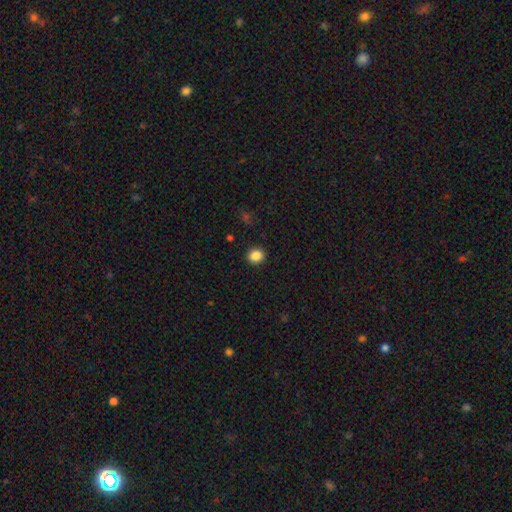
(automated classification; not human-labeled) Smooth or featured? Predicted: smooth (p=0.87). How rounded? Predicted: round (p=0.80). Merging? Predicted: none (p=0.92).